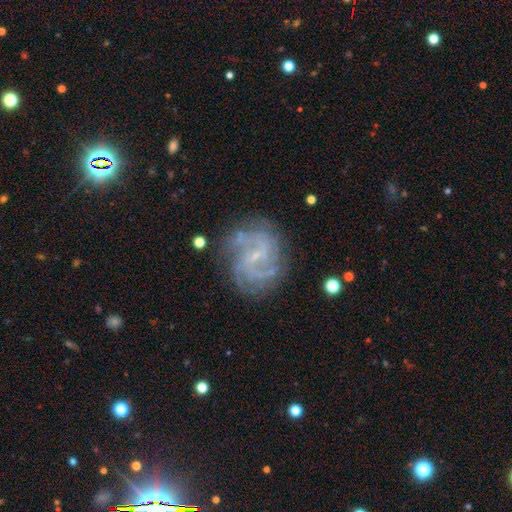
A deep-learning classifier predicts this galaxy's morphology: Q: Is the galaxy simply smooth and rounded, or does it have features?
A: featured or disk — 83%.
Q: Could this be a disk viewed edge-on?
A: no — 98%.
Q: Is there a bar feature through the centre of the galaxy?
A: weak — 50%.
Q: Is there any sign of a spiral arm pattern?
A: yes — 94%.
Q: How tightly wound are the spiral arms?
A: medium — 45%.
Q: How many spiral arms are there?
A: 2 — 32%.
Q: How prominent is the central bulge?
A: small — 71%.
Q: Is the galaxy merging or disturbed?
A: none — 73%.